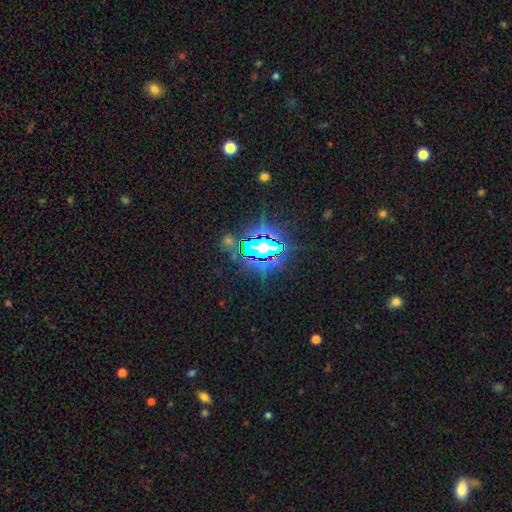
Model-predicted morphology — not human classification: Overall: star or artifact (77%).